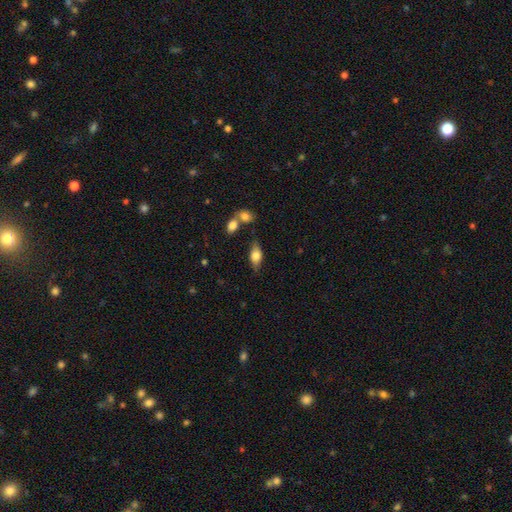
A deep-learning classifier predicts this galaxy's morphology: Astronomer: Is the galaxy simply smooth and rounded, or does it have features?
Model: smooth — 64%.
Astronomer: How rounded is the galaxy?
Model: in between — 79%.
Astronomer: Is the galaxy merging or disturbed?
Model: none — 74%.